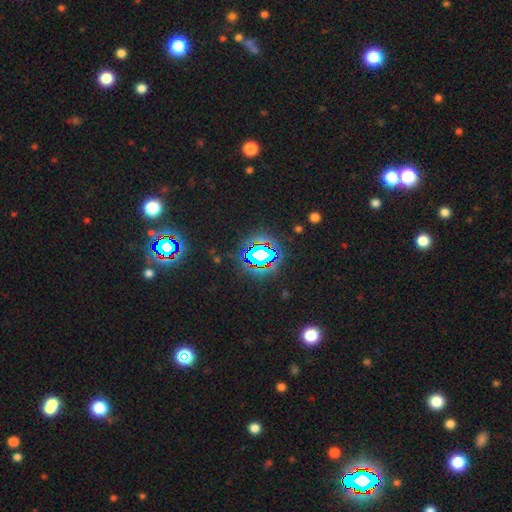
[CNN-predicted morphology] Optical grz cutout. It shows a star or artifact, not a galaxy (72%).